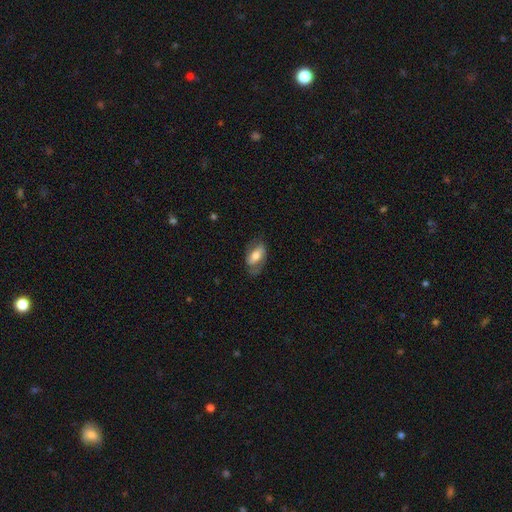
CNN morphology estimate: The model was most divided on "bar": strong: 35%, no: 33%, weak: 32%. More confident: edge-on disk — no (91%); spiral arms — yes (71%); merging — none (66%); bulge size — moderate (62%); smooth or featured — featured or disk (55%).